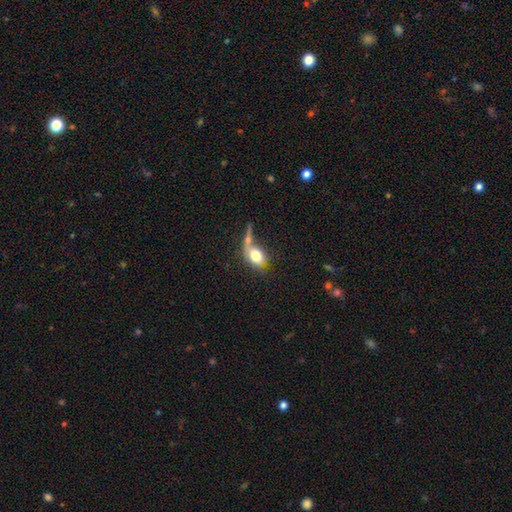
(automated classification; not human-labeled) Smooth or featured: smooth — 72% (featured or disk — 20%)
How rounded: in between — 68% (round — 28%)
Merging: merger — 40% (none — 28%)